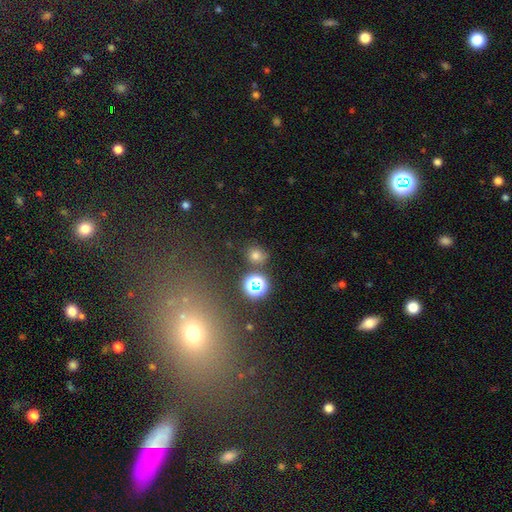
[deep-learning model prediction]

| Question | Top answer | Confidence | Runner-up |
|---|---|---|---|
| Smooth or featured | smooth | 69% | star or artifact (23%) |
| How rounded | round | 75% | in between (24%) |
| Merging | none | 77% | minor disturbance (12%) |